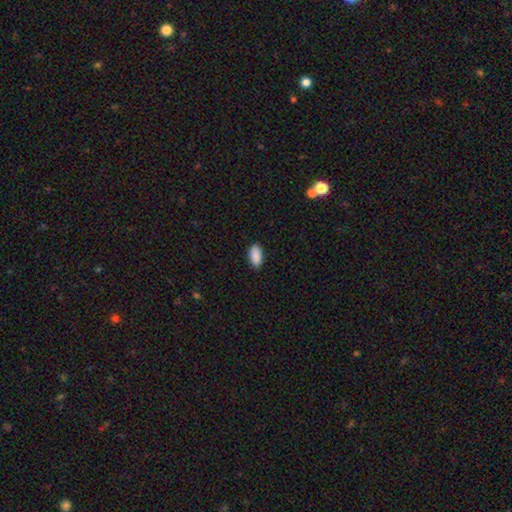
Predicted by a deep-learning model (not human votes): A smooth galaxy with no disk features (90%) that is in between round and cigar-shaped (94%).

Vote fractions:
- Smooth or featured? smooth: 90% / star or artifact: 7% / featured or disk: 3%
- How rounded? in between: 94% / cigar-shaped: 4% / round: 2%
- Merging? none: 89% / minor disturbance: 8% / major disturbance: 2% / merger: 1%